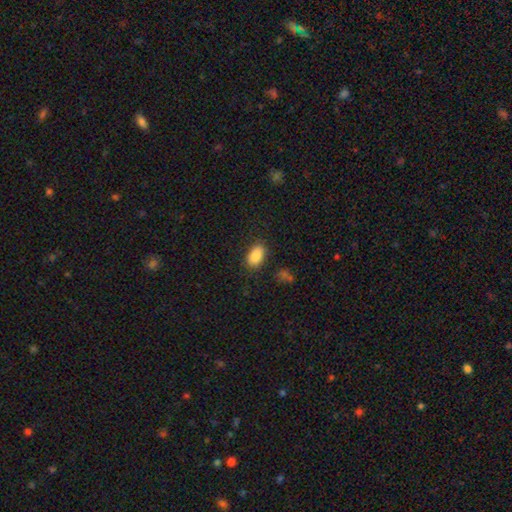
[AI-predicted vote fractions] The model was most divided on "merging": none: 83%, minor disturbance: 12%, major disturbance: 4%, merger: 2%. More confident: how rounded — in between (91%); smooth or featured — smooth (88%).